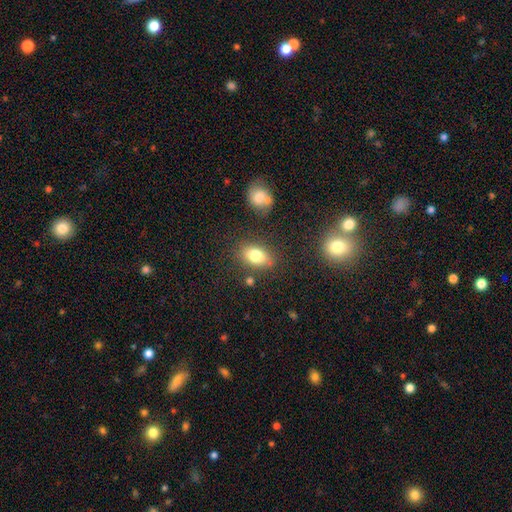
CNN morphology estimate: type=smooth (80%); roundness=in between (84%); merging=none (78%).